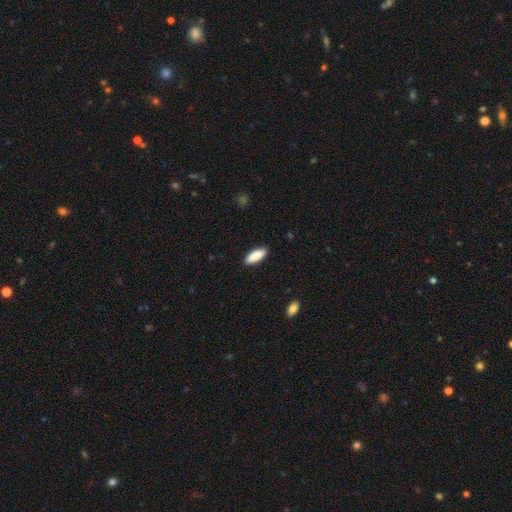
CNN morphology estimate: A smooth galaxy with no disk features (88%) that is in between round and cigar-shaped (72%).

Vote fractions:
- Smooth or featured? smooth: 88% / featured or disk: 6% / star or artifact: 6%
- How rounded? in between: 72% / cigar-shaped: 26% / round: 2%
- Merging? none: 89% / minor disturbance: 8% / major disturbance: 2% / merger: 1%